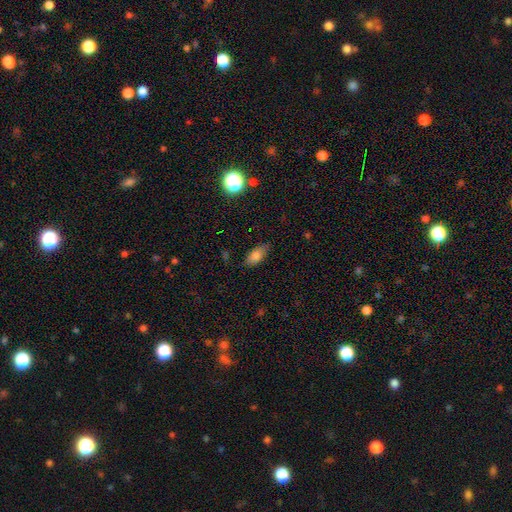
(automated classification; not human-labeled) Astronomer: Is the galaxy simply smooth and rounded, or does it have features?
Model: smooth — 79%.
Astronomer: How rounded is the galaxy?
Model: in between — 86%.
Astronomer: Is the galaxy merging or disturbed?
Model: none — 80%.